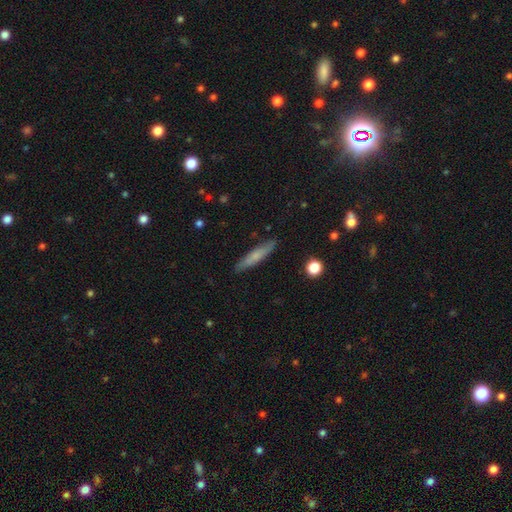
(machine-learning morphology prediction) Smooth or featured? Predicted: smooth (p=0.62). How rounded? Predicted: cigar-shaped (p=0.89). Merging? Predicted: none (p=0.87).